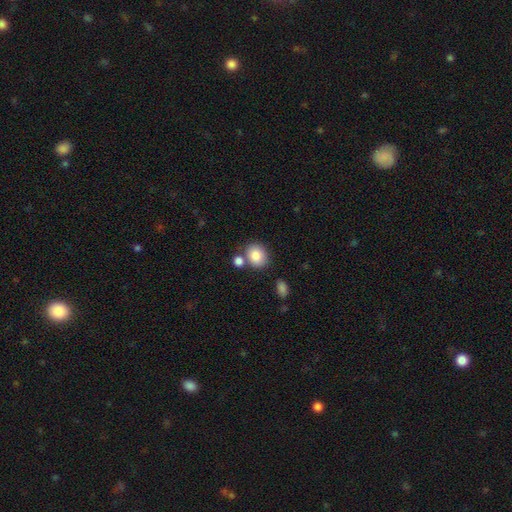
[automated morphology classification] This appears to be a smooth galaxy with no disk features (85%) that is round (59%). Merging: none (64%).